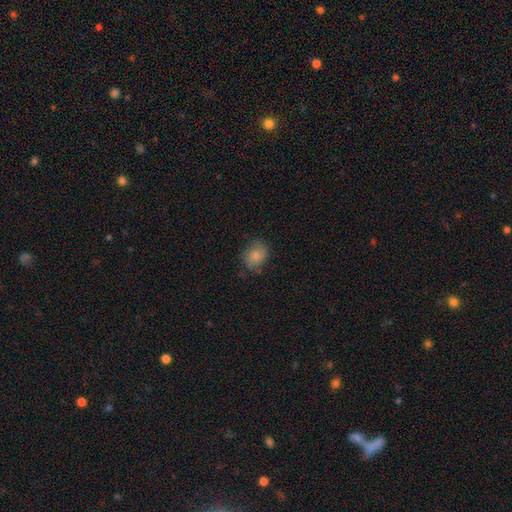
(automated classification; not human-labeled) The model was most divided on "how rounded": round: 50%, in between: 49%, cigar-shaped: 1%. More confident: merging — none (67%); smooth or featured — smooth (65%).